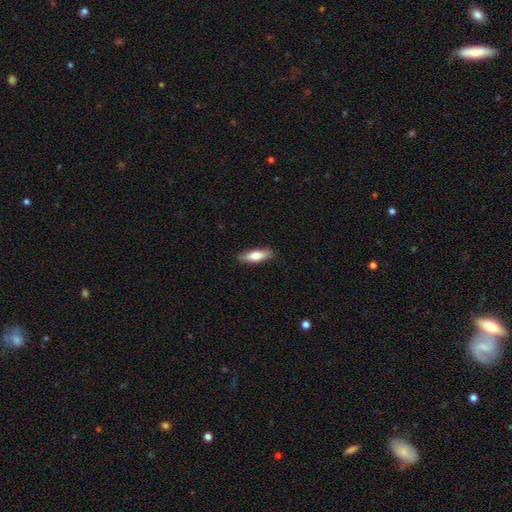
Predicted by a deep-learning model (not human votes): Smooth or featured?
  - smooth: 72% *
  - featured or disk: 22%
  - star or artifact: 6%
How rounded?
  - cigar-shaped: 54% *
  - in between: 44%
  - round: 2%
Merging?
  - none: 87% *
  - minor disturbance: 10%
  - major disturbance: 2%
  - merger: 1%